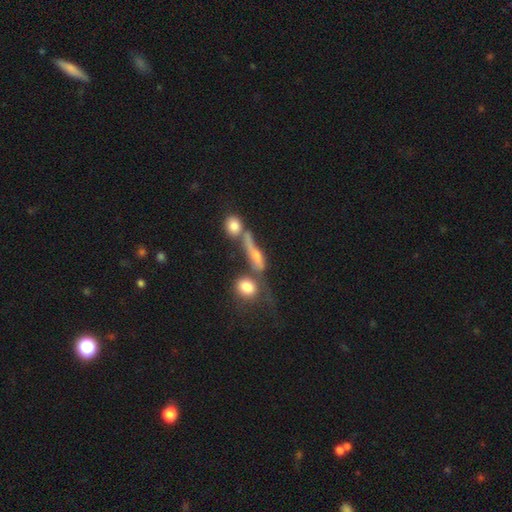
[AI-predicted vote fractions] Morphology: type=featured or disk (43%); merging=merger (39%).